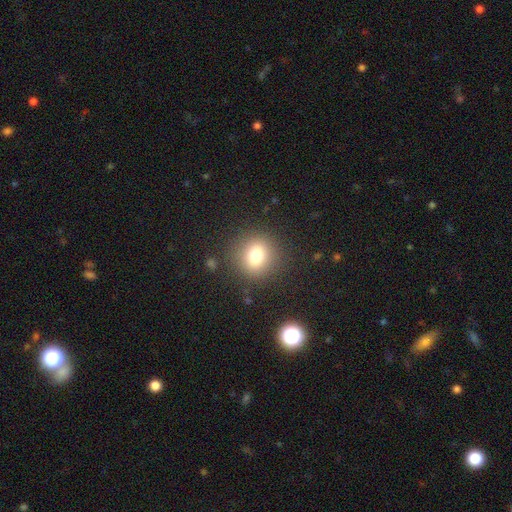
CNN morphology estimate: This is likely a smooth galaxy (76%). How rounded: clearly round (84%). Merging: clearly none (87%).